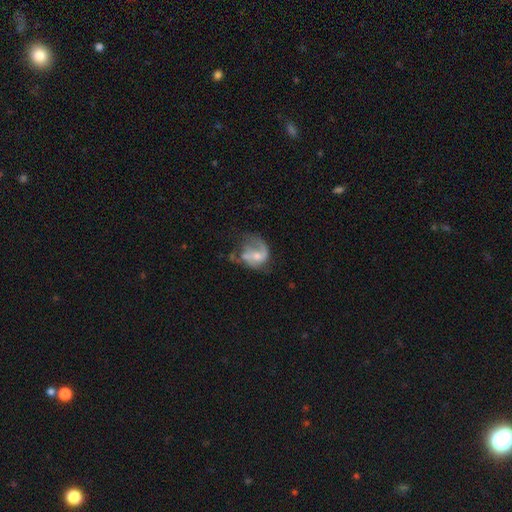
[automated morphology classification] A featured or disk galaxy (68%) with no bar (55%), 2 (51%) loose (46%) spiral arms (78%) and a moderate central bulge (45%). Merging: major disturbance (36%).